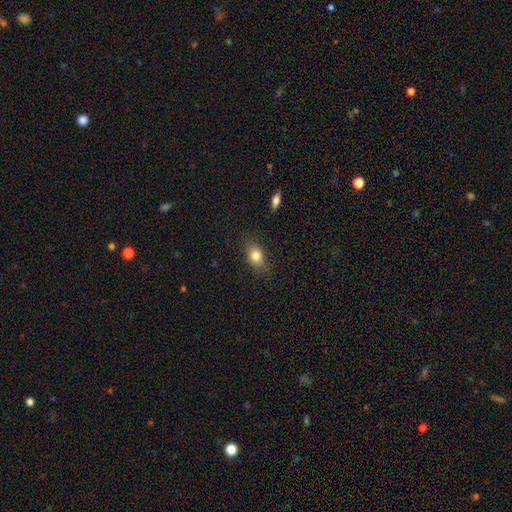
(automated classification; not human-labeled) Smooth or featured: smooth — 79% (featured or disk — 12%)
How rounded: in between — 73% (round — 22%)
Merging: none — 81% (minor disturbance — 14%)